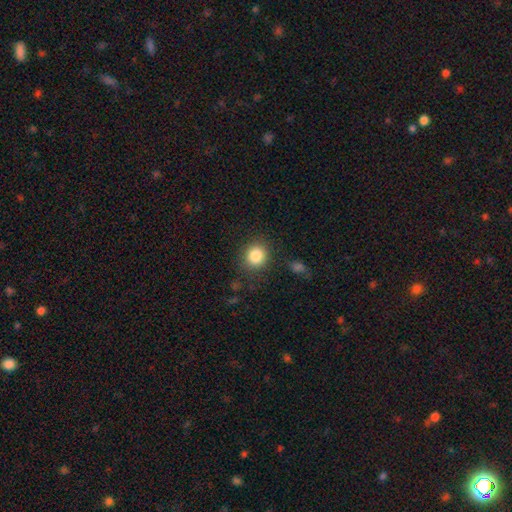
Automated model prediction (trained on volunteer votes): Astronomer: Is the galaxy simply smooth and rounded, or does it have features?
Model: smooth — 85%.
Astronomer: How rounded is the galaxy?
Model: round — 80%.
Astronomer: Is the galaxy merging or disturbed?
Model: none — 85%.